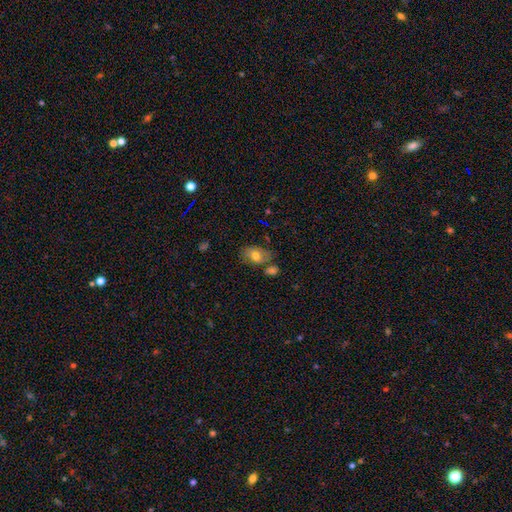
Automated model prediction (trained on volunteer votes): Smooth or featured?
  - smooth: 70% *
  - featured or disk: 21%
  - star or artifact: 9%
How rounded?
  - in between: 83% *
  - round: 15%
  - cigar-shaped: 2%
Merging?
  - none: 61% *
  - minor disturbance: 20%
  - merger: 13%
  - major disturbance: 6%